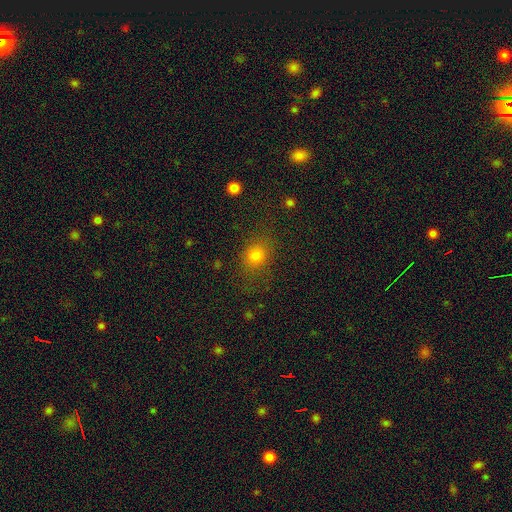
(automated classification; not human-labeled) Smooth or featured: smooth — 77% (star or artifact — 15%)
How rounded: round — 60% (in between — 38%)
Merging: none — 76% (minor disturbance — 14%)